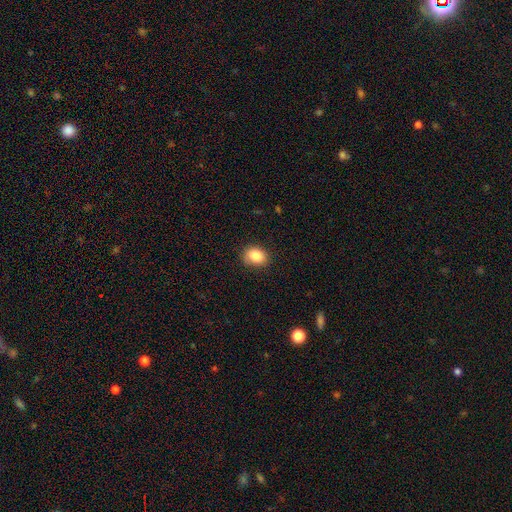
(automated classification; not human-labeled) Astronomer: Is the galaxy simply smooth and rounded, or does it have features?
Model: smooth — 86%.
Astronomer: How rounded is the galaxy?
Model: in between — 57% (runner-up: round, 42%).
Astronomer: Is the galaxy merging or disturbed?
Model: none — 80%.